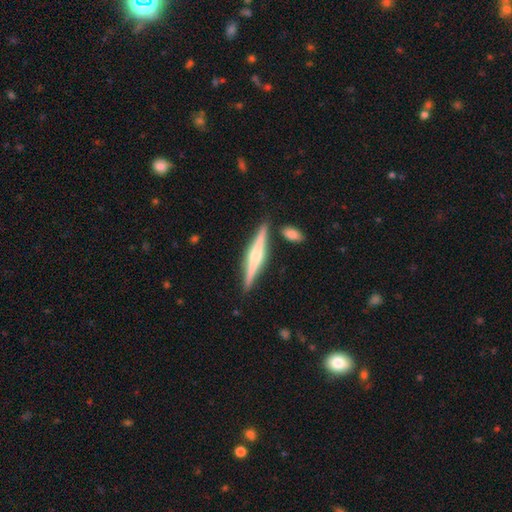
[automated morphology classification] A featured or disk galaxy (73%) viewed edge-on (98%) with a rounded central bulge (83%).

Vote fractions:
- Smooth or featured? featured or disk: 73% / smooth: 22% / star or artifact: 5%
- Edge-on disk? yes: 98% / no: 2%
- Edge-on bulge? rounded: 83% / boxy: 10% / none: 7%
- Merging? none: 85% / minor disturbance: 8% / merger: 5% / major disturbance: 2%